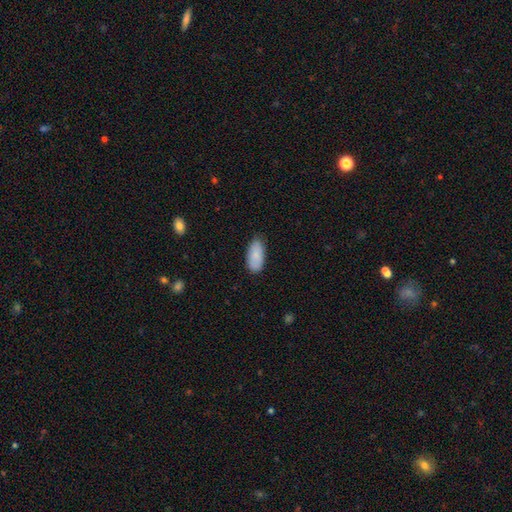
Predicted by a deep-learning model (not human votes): Smooth or featured? smooth (86%)
How rounded? in between (92%)
Merging? none (81%)